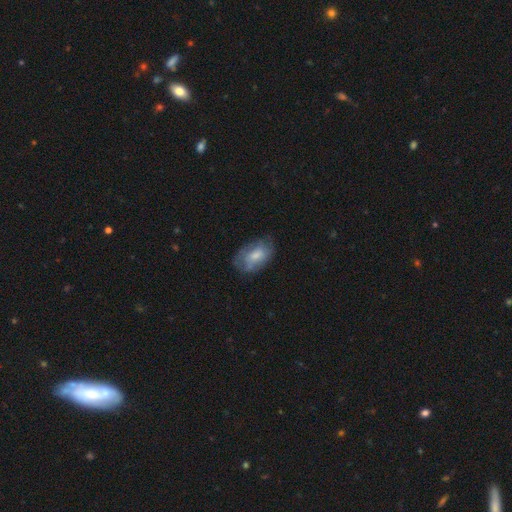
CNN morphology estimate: Smooth or featured? smooth (62%)
How rounded? in between (90%)
Merging? none (60%)